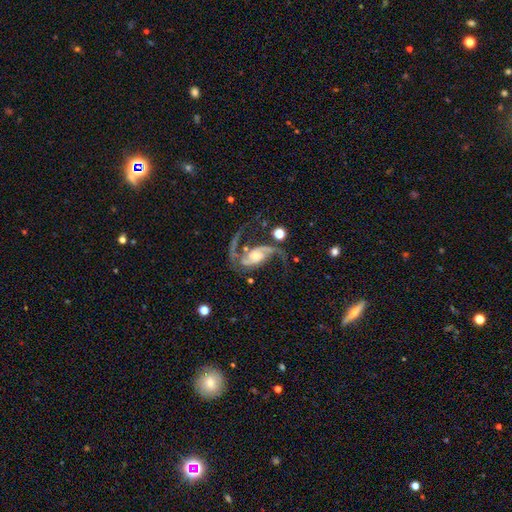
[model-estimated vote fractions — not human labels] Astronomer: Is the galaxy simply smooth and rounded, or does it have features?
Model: featured or disk — 91%.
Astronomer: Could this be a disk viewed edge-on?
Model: no — 97%.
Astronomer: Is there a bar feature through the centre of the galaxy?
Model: no — 53% (runner-up: weak, 33%).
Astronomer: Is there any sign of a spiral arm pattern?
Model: yes — 98%.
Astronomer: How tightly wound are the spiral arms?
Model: loose — 54% (runner-up: medium, 38%).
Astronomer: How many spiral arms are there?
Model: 2 — 90%.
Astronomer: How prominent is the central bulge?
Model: small — 44% (runner-up: moderate, 39%).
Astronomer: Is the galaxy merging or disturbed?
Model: none — 54%.